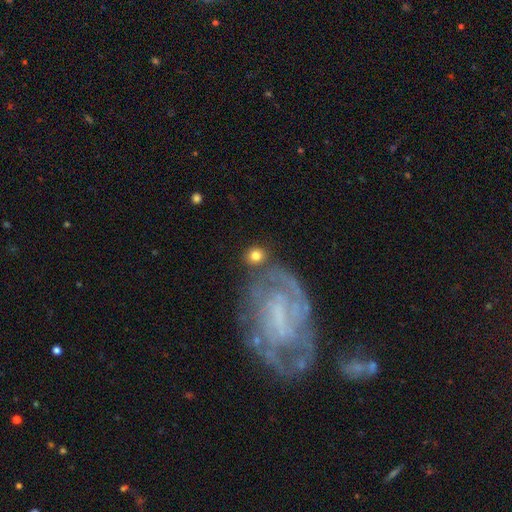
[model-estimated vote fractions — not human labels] A smooth galaxy with no disk features (78%) that is round (81%). Merging: none (76%).